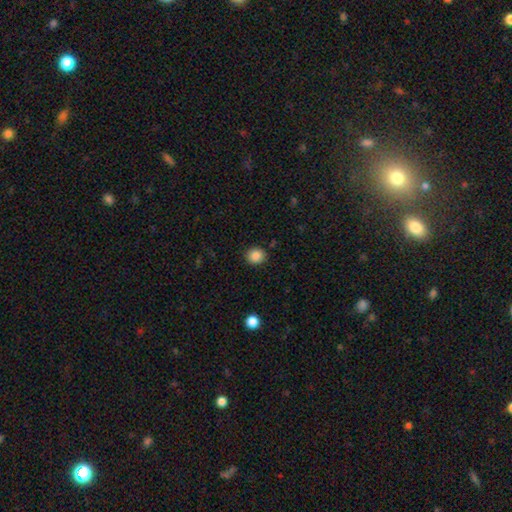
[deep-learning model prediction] A smooth galaxy with no disk features (86%) that is round (81%). Merging: none (89%).